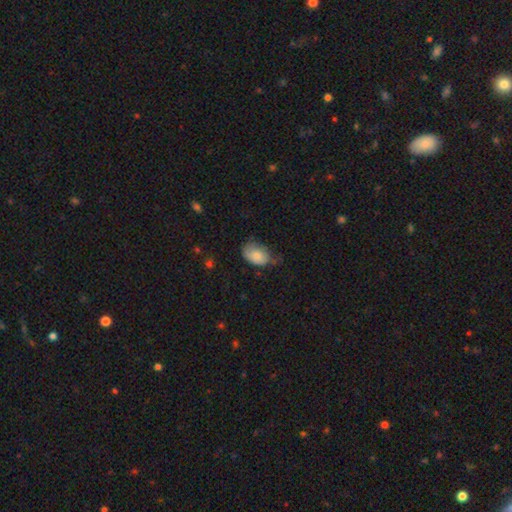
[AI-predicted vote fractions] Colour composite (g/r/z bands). It shows a smooth galaxy with no disk features (81%) that is in between round and cigar-shaped (88%). Merging: none (47%).